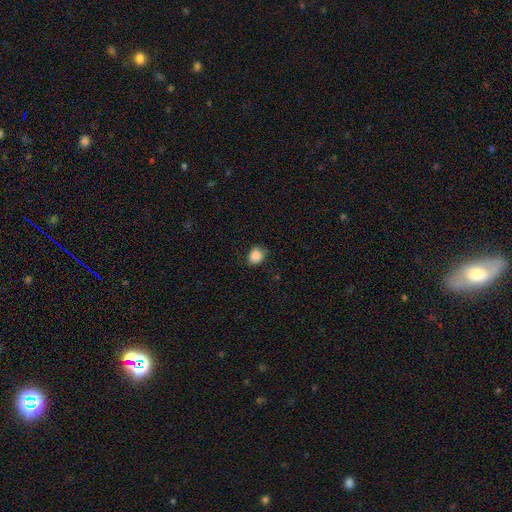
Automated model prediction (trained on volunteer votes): A smooth galaxy with no disk features (87%) that is round (62%). Merging: none (72%).